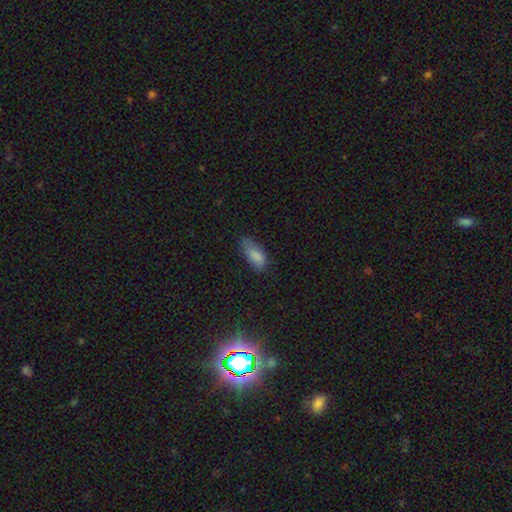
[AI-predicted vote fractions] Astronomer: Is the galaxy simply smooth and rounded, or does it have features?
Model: smooth — 83%.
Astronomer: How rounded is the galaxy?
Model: in between — 86%.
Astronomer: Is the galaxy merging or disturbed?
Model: none — 54% (runner-up: minor disturbance, 34%).